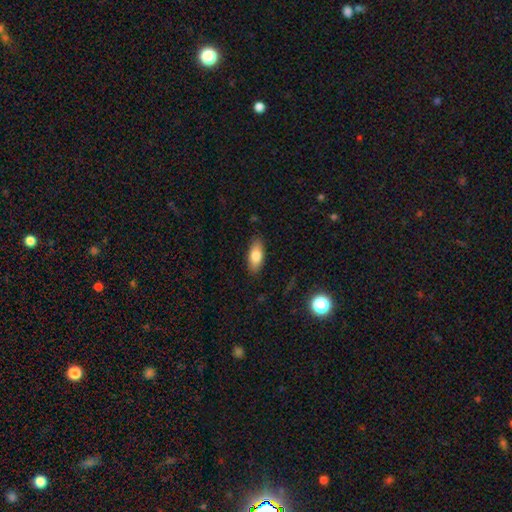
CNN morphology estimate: Smooth or featured? smooth (80%)
How rounded? in between (83%)
Merging? none (87%)